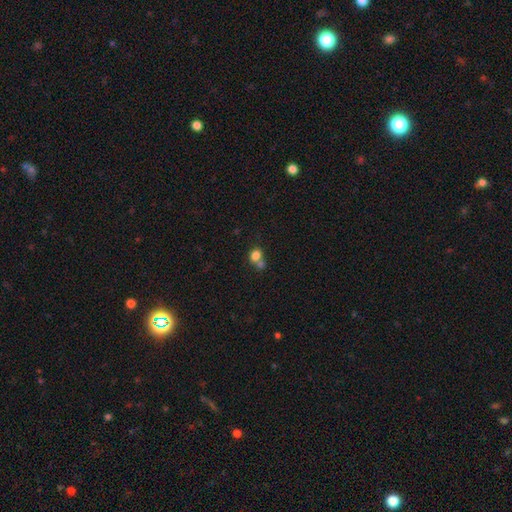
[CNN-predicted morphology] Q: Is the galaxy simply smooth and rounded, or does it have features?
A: smooth — 79%.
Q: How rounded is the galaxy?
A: round — 63%.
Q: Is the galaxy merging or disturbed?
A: merger — 49%.